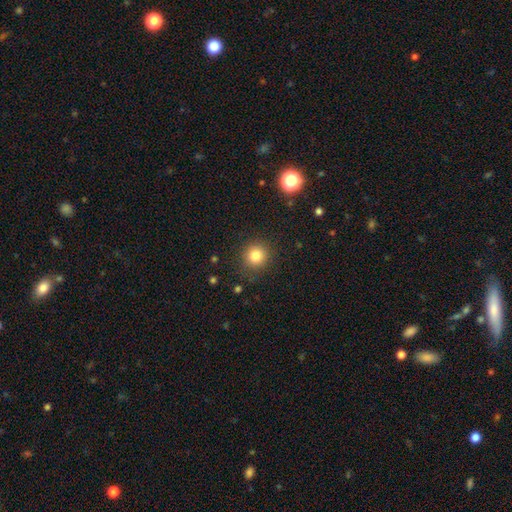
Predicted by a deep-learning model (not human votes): A smooth galaxy with no disk features (82%) that is round (91%).

Vote fractions:
- Smooth or featured? smooth: 82% / star or artifact: 12% / featured or disk: 6%
- How rounded? round: 91% / in between: 8% / cigar-shaped: 1%
- Merging? none: 87% / minor disturbance: 8% / major disturbance: 3% / merger: 1%